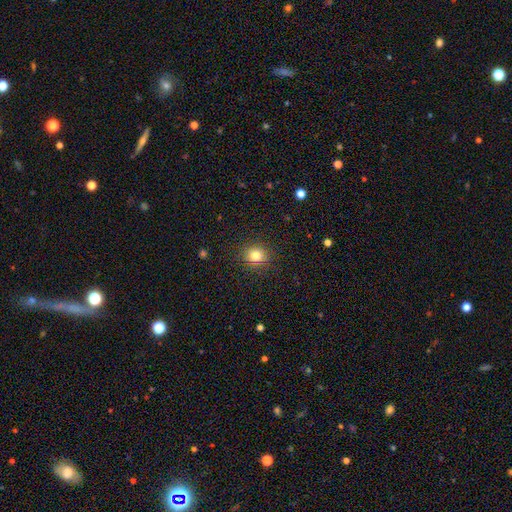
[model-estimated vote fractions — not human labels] Smooth or featured: smooth — 82% (star or artifact — 12%)
How rounded: round — 83% (in between — 16%)
Merging: none — 90% (minor disturbance — 7%)